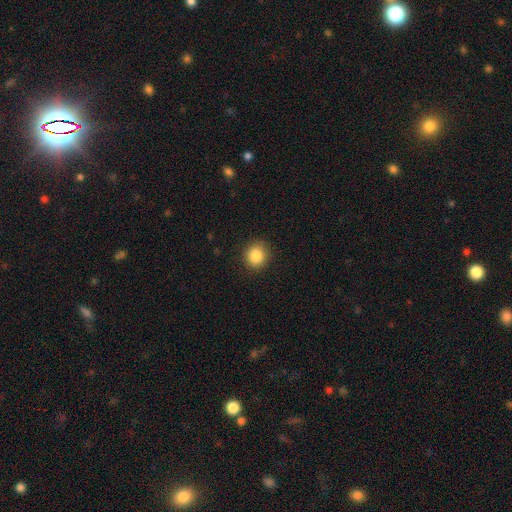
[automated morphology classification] Q: Smooth or featured?
A: smooth (87%); runner-up: star or artifact (9%)
Q: How rounded?
A: round (84%); runner-up: in between (15%)
Q: Merging?
A: none (90%); runner-up: minor disturbance (7%)